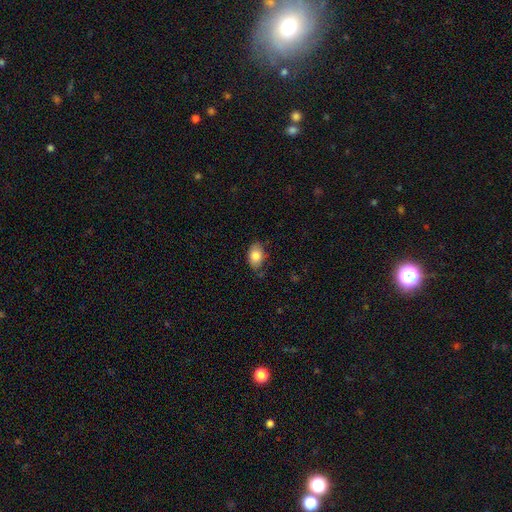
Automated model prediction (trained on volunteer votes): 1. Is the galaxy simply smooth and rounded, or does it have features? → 83% smooth, 10% featured or disk, 7% star or artifact.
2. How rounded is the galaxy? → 86% in between, 12% round, 1% cigar-shaped.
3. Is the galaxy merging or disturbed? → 71% none, 23% minor disturbance, 4% major disturbance, 2% merger.